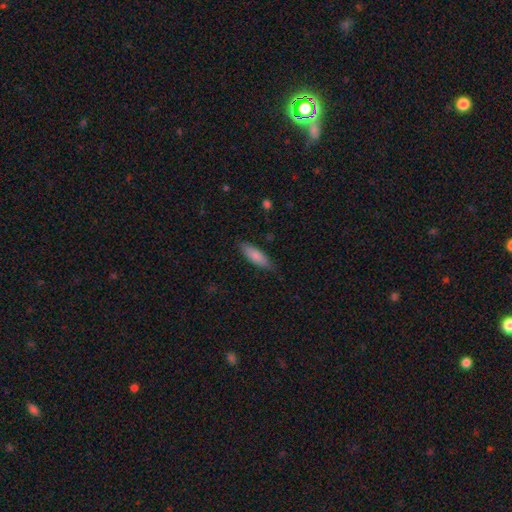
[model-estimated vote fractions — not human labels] Smooth or featured: smooth — 81% (featured or disk — 14%)
How rounded: in between — 53% (cigar-shaped — 45%)
Merging: none — 82% (minor disturbance — 14%)